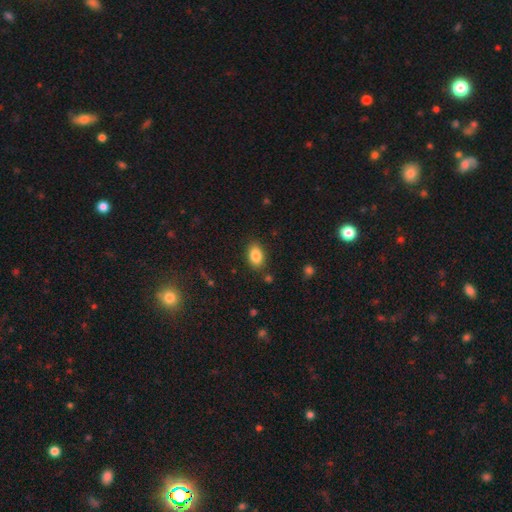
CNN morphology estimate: This appears to be a smooth galaxy with no disk features (84%) that is in between round and cigar-shaped (87%). Merging: none (85%).